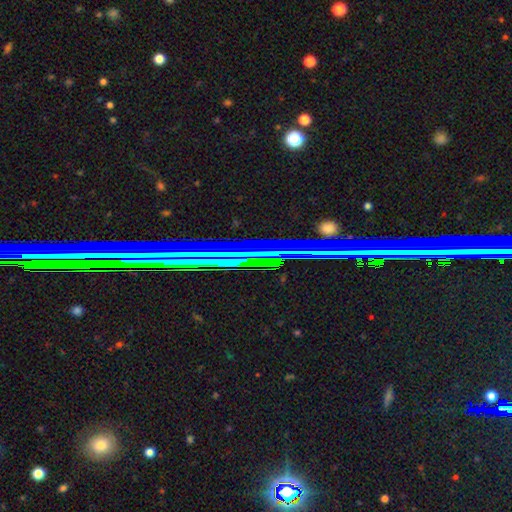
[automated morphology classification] Smooth or featured: star or artifact — 78% (featured or disk — 12%)